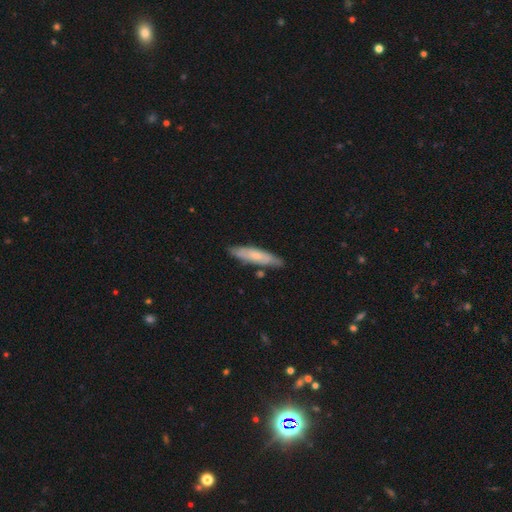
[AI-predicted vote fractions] smooth 58%, featured or disk 36%, star or artifact 6%. Down the decision tree: how rounded — cigar-shaped (79%); merging — none (80%).